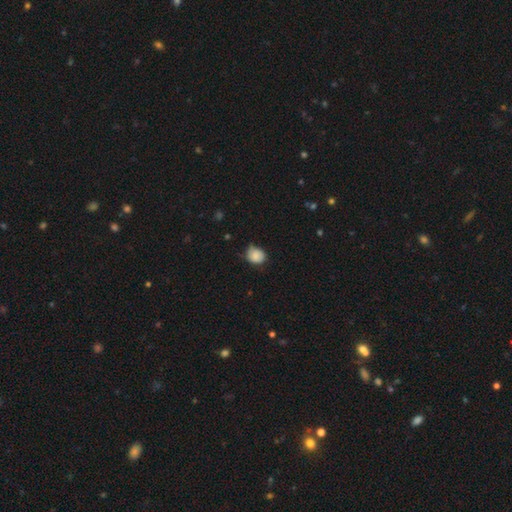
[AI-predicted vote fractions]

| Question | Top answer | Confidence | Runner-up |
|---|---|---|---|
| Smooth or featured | smooth | 84% | star or artifact (9%) |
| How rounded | round | 60% | in between (39%) |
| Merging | none | 57% | minor disturbance (36%) |